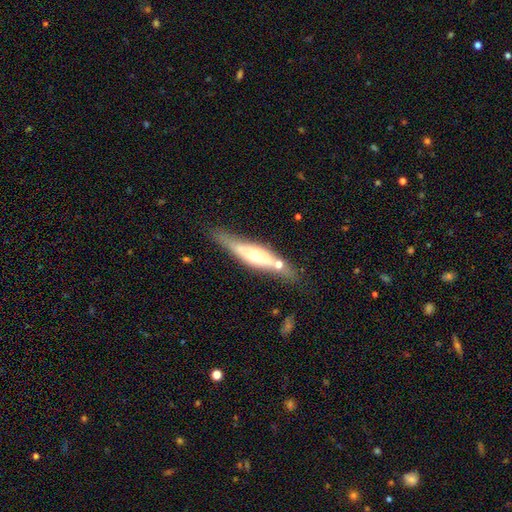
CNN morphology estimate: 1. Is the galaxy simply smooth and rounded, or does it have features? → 61% featured or disk, 33% smooth, 6% star or artifact.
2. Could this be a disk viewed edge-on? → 72% yes, 28% no.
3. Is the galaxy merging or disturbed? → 65% none, 18% minor disturbance, 11% merger, 6% major disturbance.